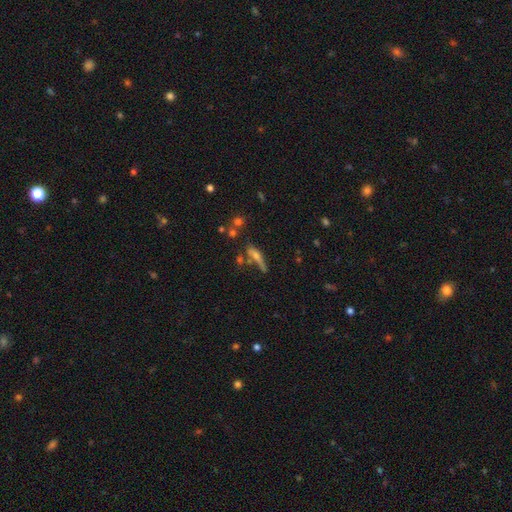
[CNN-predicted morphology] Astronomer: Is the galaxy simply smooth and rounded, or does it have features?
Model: featured or disk — 50% (runner-up: smooth, 37%).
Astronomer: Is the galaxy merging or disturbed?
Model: none — 54%.